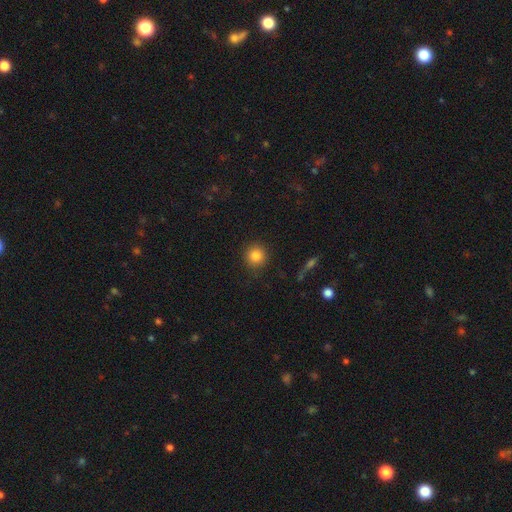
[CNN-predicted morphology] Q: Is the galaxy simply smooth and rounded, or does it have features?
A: smooth — 84%.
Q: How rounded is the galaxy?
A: round — 93%.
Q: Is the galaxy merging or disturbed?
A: none — 89%.